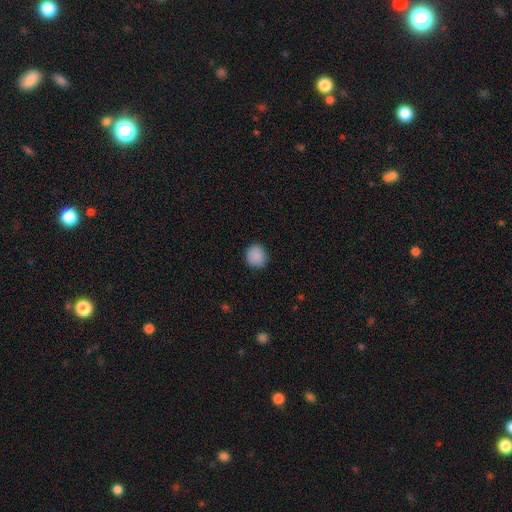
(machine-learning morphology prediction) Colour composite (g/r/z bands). It shows a smooth galaxy with no disk features (89%) that is round (82%). Merging: none (87%).